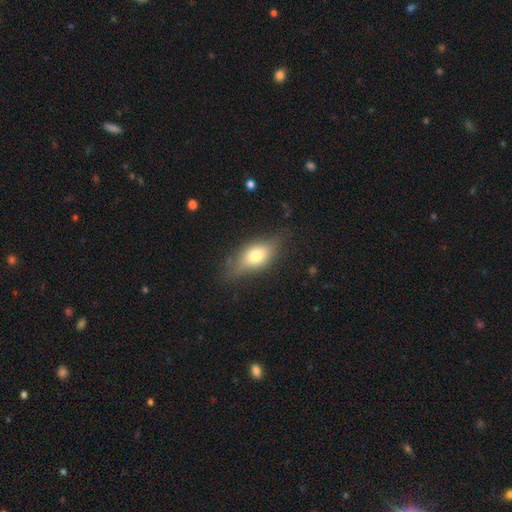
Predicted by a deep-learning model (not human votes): This appears to be a smooth galaxy with no disk features (65%) that is in between round and cigar-shaped (80%). Merging: none (69%).